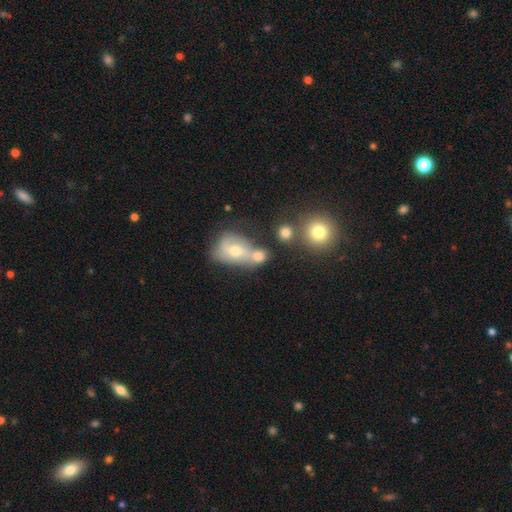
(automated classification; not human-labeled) Overall: smooth (45%; featured or disk 40%). Merging: merger (43%; none 29%).